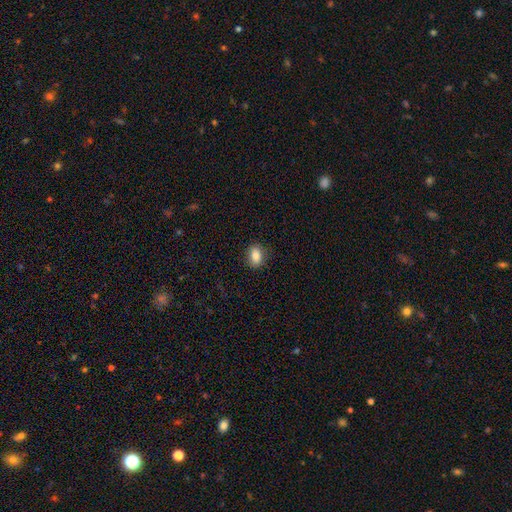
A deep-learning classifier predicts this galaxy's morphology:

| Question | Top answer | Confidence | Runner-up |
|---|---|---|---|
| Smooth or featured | smooth | 85% | star or artifact (9%) |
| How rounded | in between | 76% | round (22%) |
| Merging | none | 85% | minor disturbance (11%) |